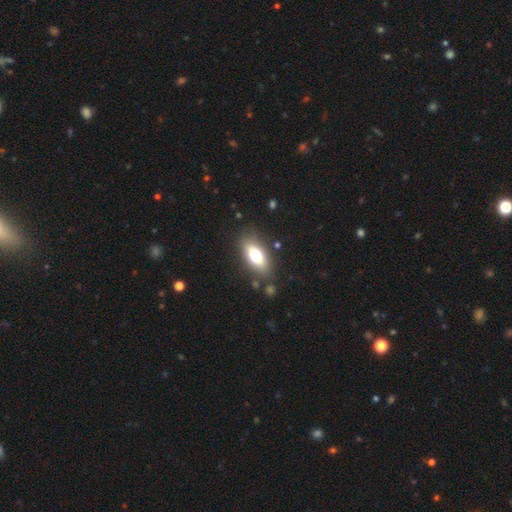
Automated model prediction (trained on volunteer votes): smooth_or_featured: smooth (p=0.72) [alt: featured or disk p=0.20]
how_rounded: in between (p=0.83) [alt: cigar-shaped p=0.13]
merging: none (p=0.81) [alt: minor disturbance p=0.12]